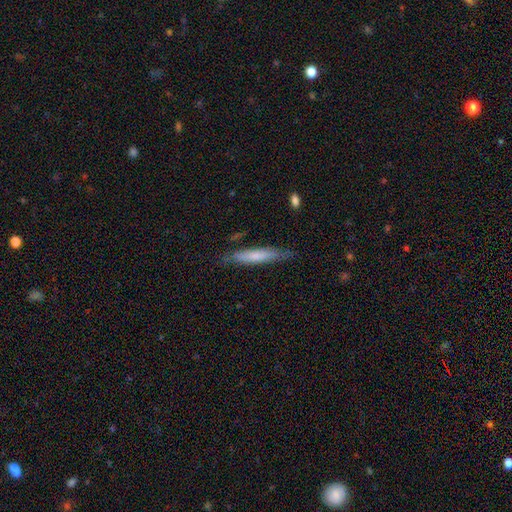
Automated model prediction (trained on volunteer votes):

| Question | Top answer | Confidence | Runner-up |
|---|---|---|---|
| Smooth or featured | smooth | 62% | featured or disk (32%) |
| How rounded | cigar-shaped | 90% | in between (9%) |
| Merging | none | 77% | minor disturbance (18%) |